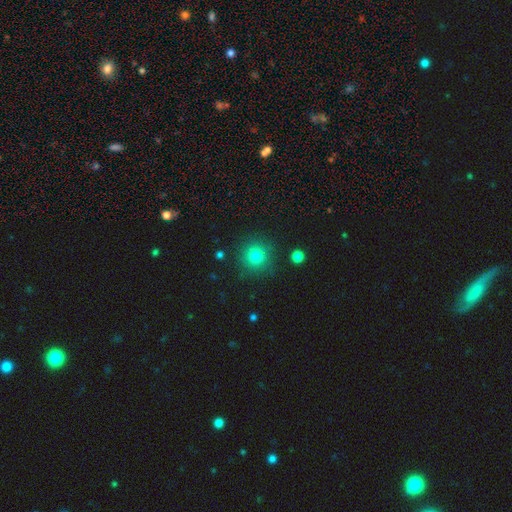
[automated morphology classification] Smooth or featured?
  - smooth: 79% *
  - star or artifact: 14%
  - featured or disk: 7%
How rounded?
  - round: 94% *
  - in between: 5%
  - cigar-shaped: 1%
Merging?
  - none: 85% *
  - minor disturbance: 8%
  - merger: 3%
  - major disturbance: 3%